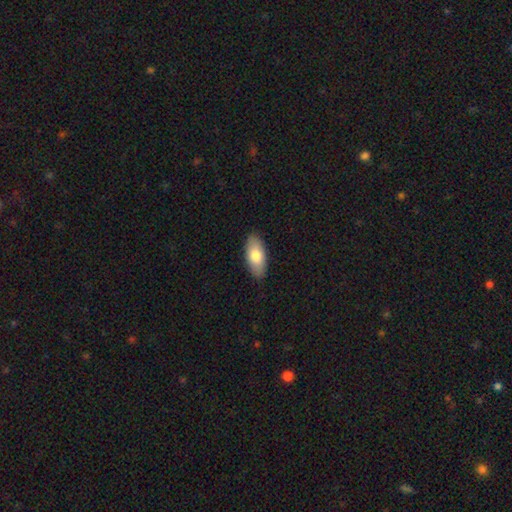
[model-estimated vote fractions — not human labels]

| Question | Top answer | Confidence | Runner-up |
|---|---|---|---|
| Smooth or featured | smooth | 78% | featured or disk (16%) |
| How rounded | in between | 90% | cigar-shaped (7%) |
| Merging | none | 88% | minor disturbance (9%) |